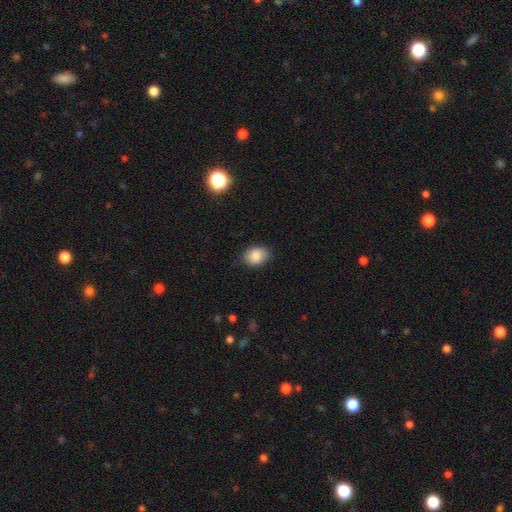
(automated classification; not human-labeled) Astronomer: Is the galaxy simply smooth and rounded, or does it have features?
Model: smooth — 86%.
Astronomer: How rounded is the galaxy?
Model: in between — 58% (runner-up: round, 41%).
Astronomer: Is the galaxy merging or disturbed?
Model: none — 84%.